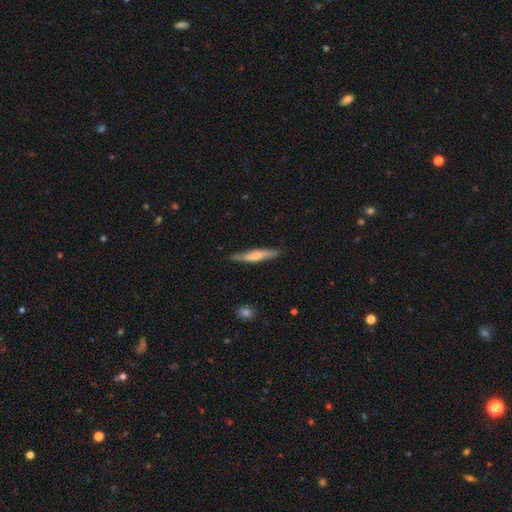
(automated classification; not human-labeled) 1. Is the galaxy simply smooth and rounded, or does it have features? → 52% smooth, 43% featured or disk, 5% star or artifact.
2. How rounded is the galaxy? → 91% cigar-shaped, 8% in between, 2% round.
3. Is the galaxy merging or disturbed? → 81% none, 15% minor disturbance, 3% major disturbance, 2% merger.